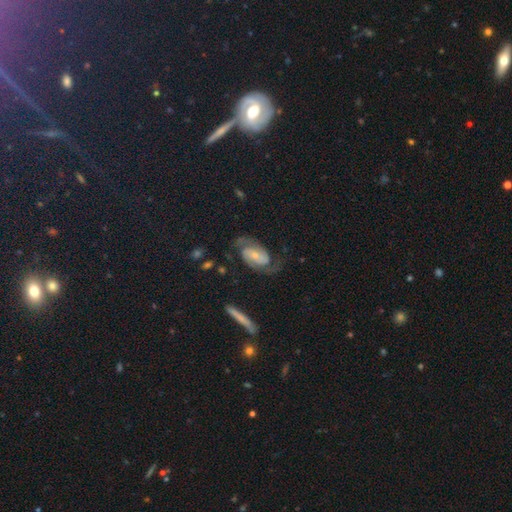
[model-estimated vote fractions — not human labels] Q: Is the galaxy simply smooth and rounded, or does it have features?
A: featured or disk — 86%.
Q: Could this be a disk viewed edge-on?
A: no — 97%.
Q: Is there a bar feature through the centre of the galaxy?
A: no — 51%.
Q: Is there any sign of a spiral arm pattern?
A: yes — 97%.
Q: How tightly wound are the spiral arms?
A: medium — 51%.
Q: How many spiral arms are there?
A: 2 — 92%.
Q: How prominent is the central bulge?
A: small — 64%.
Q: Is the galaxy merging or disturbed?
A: none — 69%.